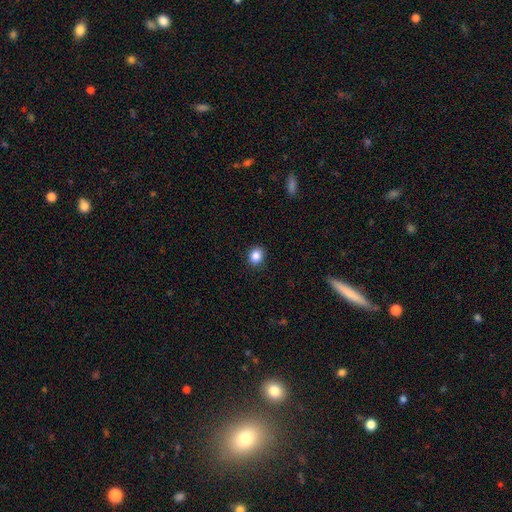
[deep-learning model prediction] This is clearly a smooth galaxy (87%). How rounded: likely round (63%). Merging: clearly none (90%).